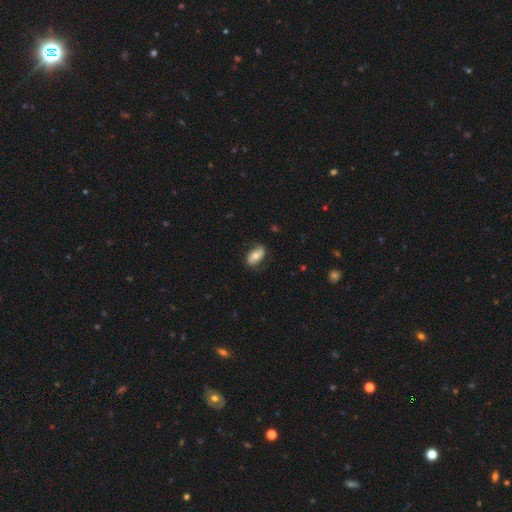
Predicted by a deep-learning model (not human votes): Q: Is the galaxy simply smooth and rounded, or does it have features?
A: smooth — 59%.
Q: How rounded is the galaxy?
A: in between — 91%.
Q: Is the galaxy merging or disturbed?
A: none — 76%.